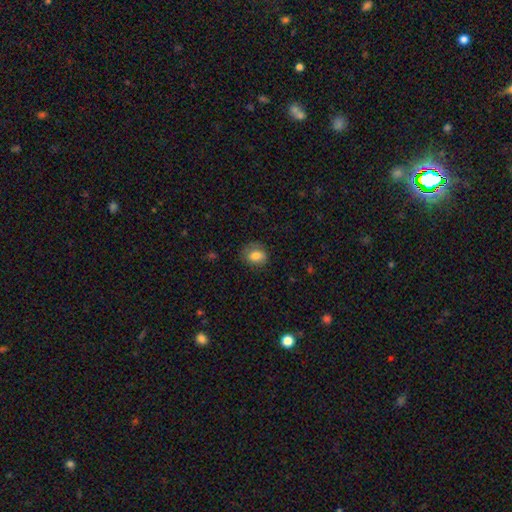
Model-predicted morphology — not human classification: Smooth or featured? Predicted: smooth (p=0.78). How rounded? Predicted: round (p=0.51). Merging? Predicted: none (p=0.75).